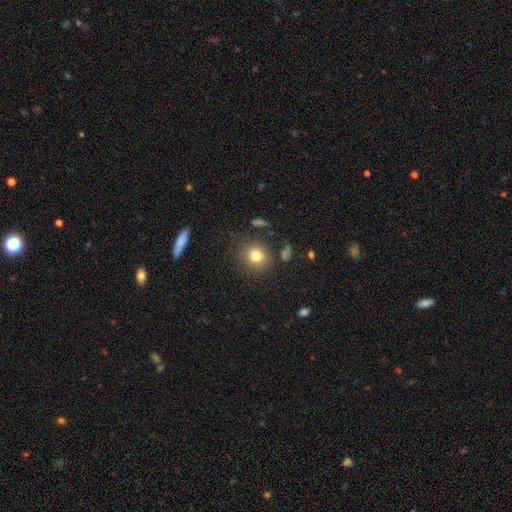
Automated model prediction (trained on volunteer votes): smooth-or-featured: smooth: 79% | star or artifact: 12% | featured or disk: 9%
  how-rounded: round: 86% | in between: 13% | cigar-shaped: 1%
  merging: none: 83% | minor disturbance: 10% | major disturbance: 4% | merger: 3%